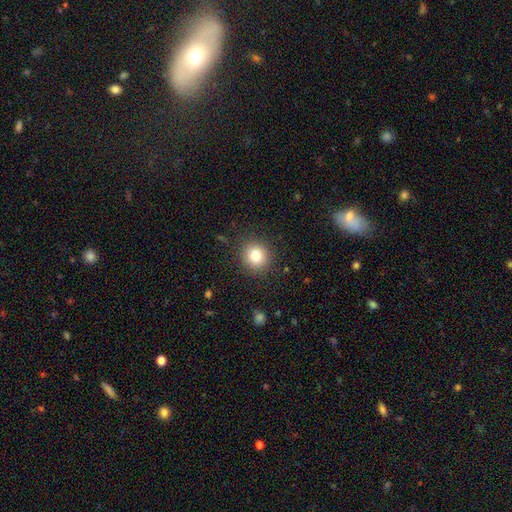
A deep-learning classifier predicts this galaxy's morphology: The model was most divided on "smooth or featured": smooth: 80%, star or artifact: 12%, featured or disk: 8%. More confident: merging — none (89%); how rounded — round (88%).